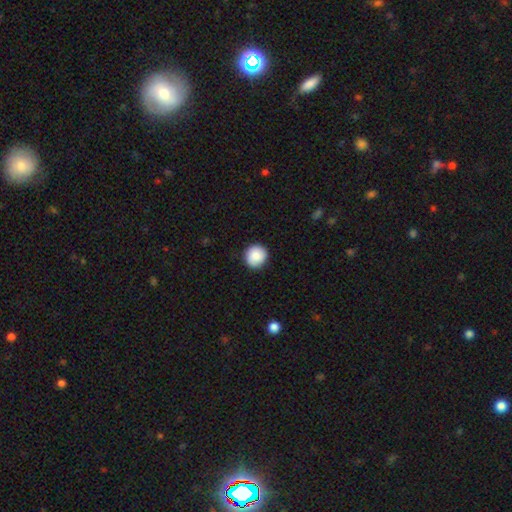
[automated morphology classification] smooth 88%, star or artifact 8%, featured or disk 5%. Down the decision tree: how rounded — round (91%); merging — none (90%).